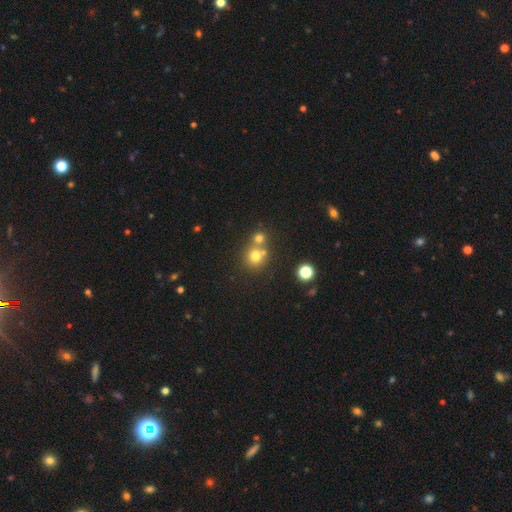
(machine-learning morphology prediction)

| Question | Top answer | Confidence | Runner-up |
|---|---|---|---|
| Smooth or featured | smooth | 72% | star or artifact (16%) |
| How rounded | round | 87% | in between (12%) |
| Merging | none | 50% | merger (41%) |